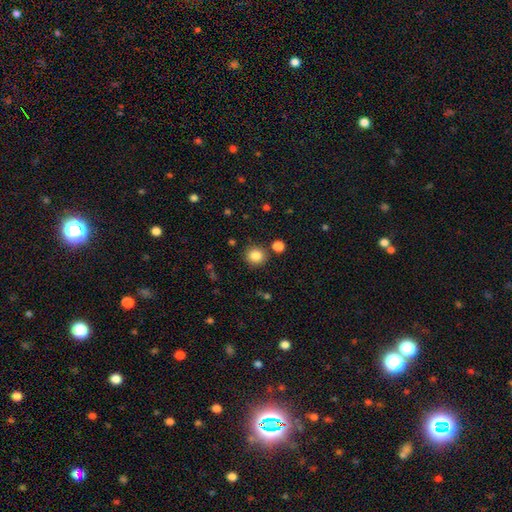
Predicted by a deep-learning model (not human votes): The model was most divided on "how rounded": round: 87%, in between: 12%, cigar-shaped: 1%. More confident: smooth or featured — smooth (85%); merging — none (83%).